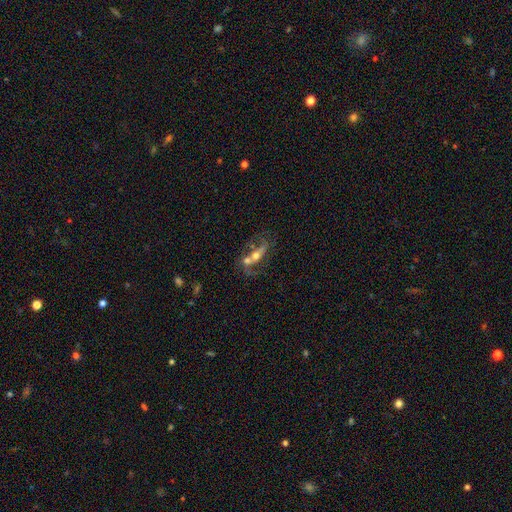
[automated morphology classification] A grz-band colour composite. It shows a featured or disk galaxy (56%). Merging: merger (50%).